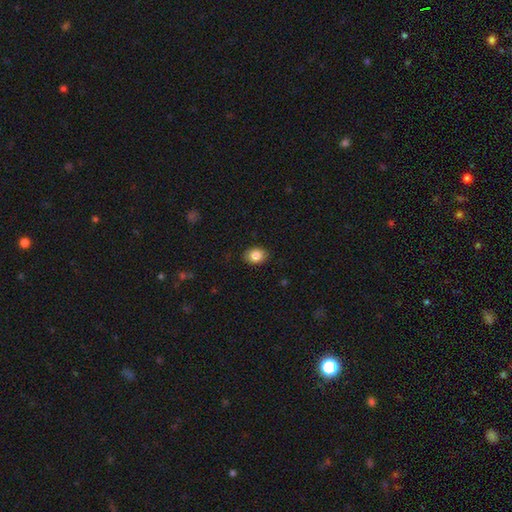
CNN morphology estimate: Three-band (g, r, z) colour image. It shows a smooth galaxy with no disk features (86%) that is in between round and cigar-shaped (62%). Merging: none (86%).